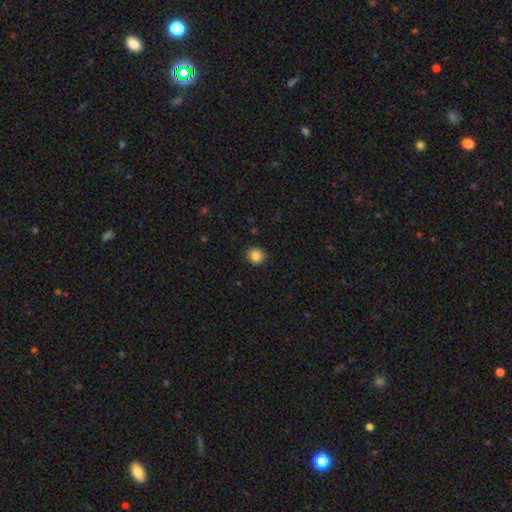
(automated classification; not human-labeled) A smooth galaxy with no disk features (85%) that is round (82%).

Vote fractions:
- Smooth or featured? smooth: 85% / star or artifact: 10% / featured or disk: 5%
- How rounded? round: 82% / in between: 17% / cigar-shaped: 1%
- Merging? none: 91% / minor disturbance: 7% / major disturbance: 2% / merger: 1%